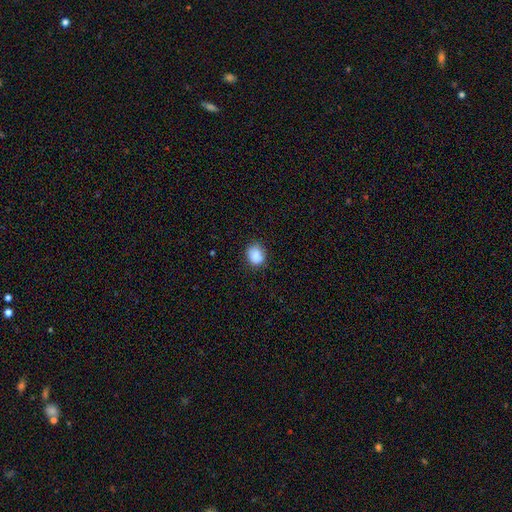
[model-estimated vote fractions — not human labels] The model was most divided on "how rounded": round: 56%, in between: 43%, cigar-shaped: 1%. More confident: smooth or featured — smooth (88%); merging — none (77%).